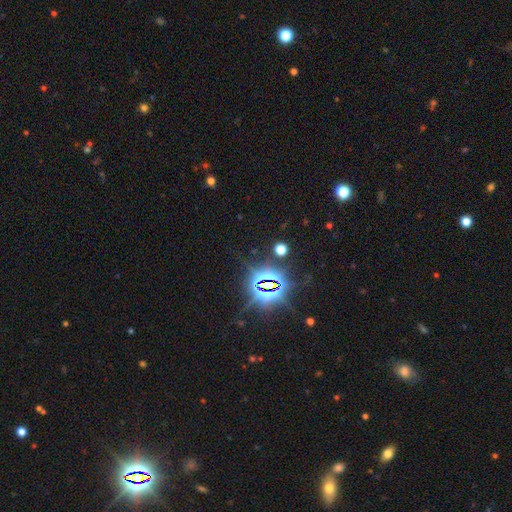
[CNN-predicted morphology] This is clearly a star or artifact rather than a galaxy (84%).